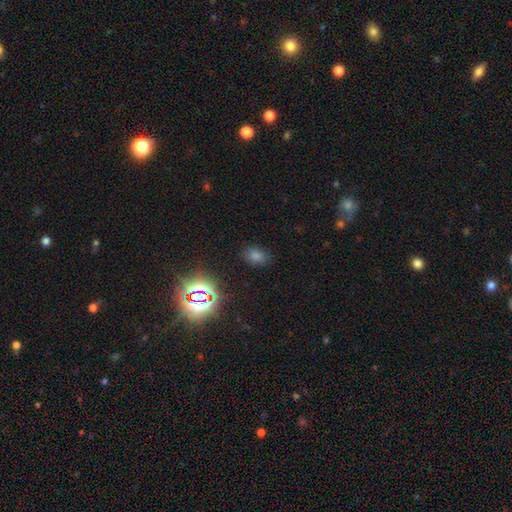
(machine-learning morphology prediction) smooth 55%, star or artifact 38%, featured or disk 8%. Down the decision tree: how rounded — in between (73%); merging — none (85%).